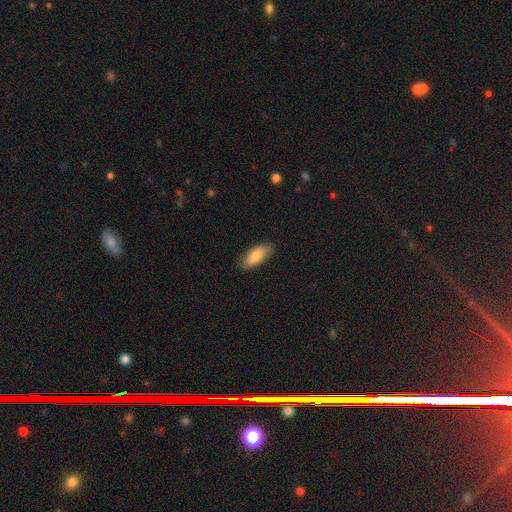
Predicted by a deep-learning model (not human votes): Q: Smooth or featured?
A: smooth (79%); runner-up: featured or disk (15%)
Q: How rounded?
A: in between (82%); runner-up: cigar-shaped (16%)
Q: Merging?
A: none (85%); runner-up: minor disturbance (12%)